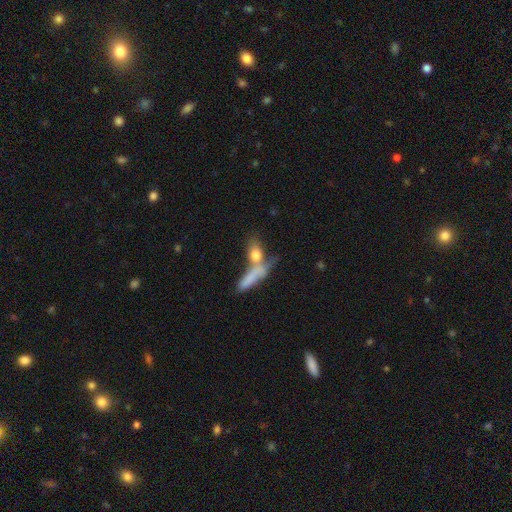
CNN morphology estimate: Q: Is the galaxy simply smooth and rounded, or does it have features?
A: smooth — 58%.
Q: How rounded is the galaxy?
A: cigar-shaped — 52%.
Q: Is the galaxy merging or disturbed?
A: none — 41%, tied with merger.